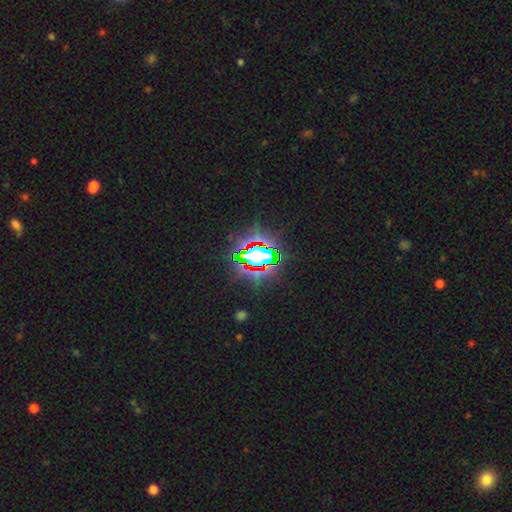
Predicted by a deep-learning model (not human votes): Smooth or featured? star or artifact (76%)